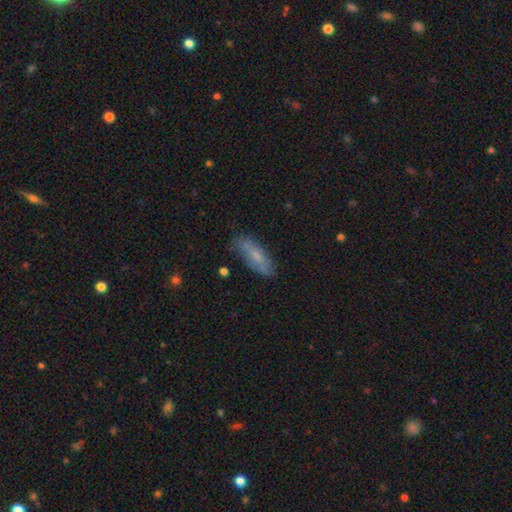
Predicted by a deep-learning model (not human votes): This appears to be a smooth galaxy with no disk features (60%) that is in between round and cigar-shaped (66%). Merging: none (72%).